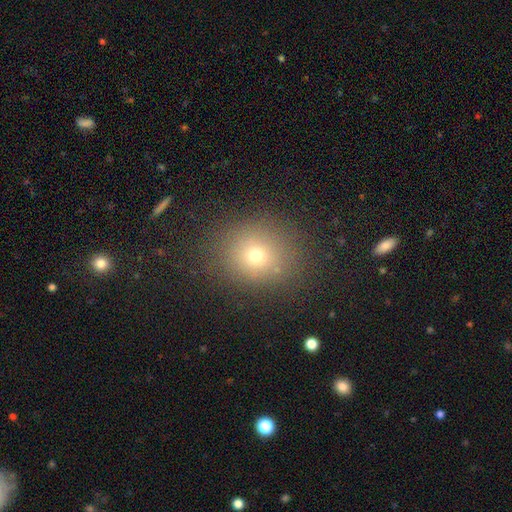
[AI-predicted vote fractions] Smooth or featured? Predicted: smooth (p=0.69). How rounded? Predicted: round (p=0.76). Merging? Predicted: none (p=0.85).